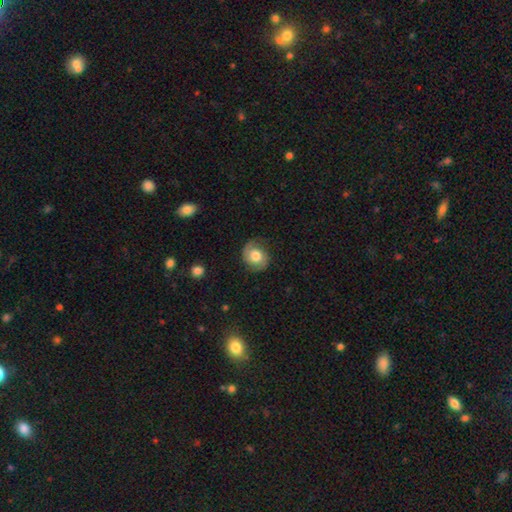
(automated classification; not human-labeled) A featured or disk galaxy (50%).

Vote fractions:
- Smooth or featured? featured or disk: 50% / smooth: 42% / star or artifact: 8%
- Edge-on disk? no: 97% / yes: 3%
- Merging? none: 74% / minor disturbance: 18% / major disturbance: 7% / merger: 1%